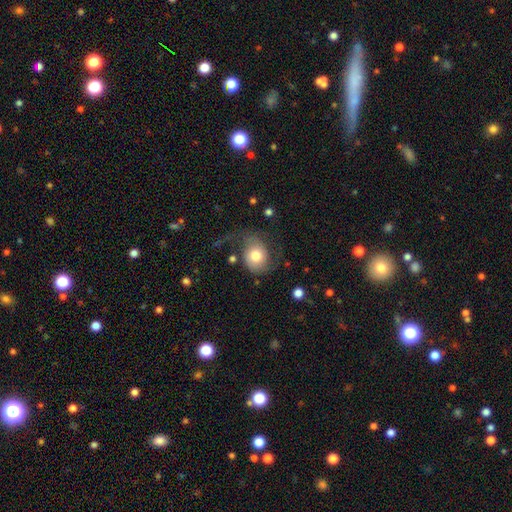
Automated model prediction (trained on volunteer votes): smooth_or_featured: smooth (p=0.56) [alt: featured or disk p=0.36]
how_rounded: round (p=0.63) [alt: in between p=0.36]
merging: none (p=0.42) [alt: major disturbance p=0.34]